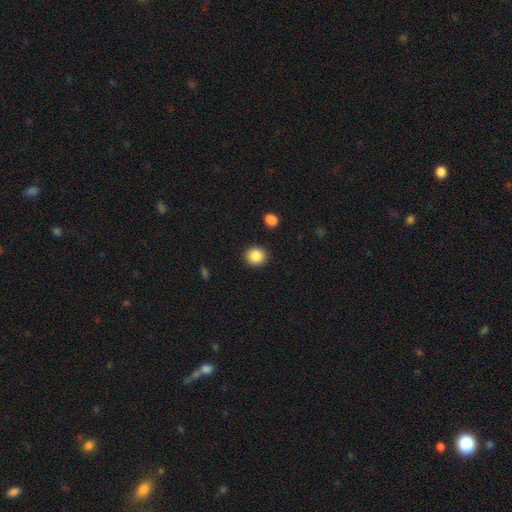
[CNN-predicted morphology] smooth 86%, star or artifact 9%, featured or disk 5%. Down the decision tree: how rounded — round (82%); merging — none (90%).